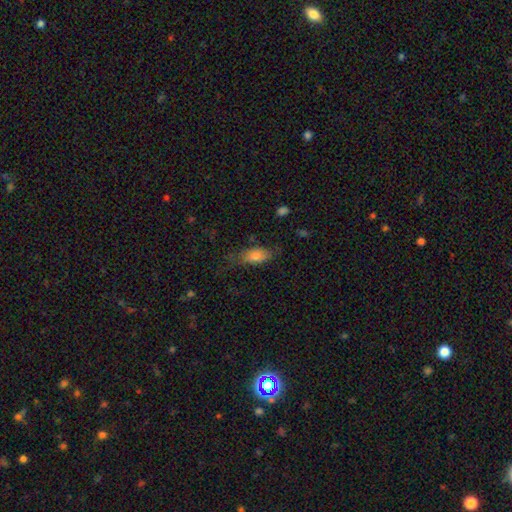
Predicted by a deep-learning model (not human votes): A smooth galaxy with no disk features (76%) that is in between round and cigar-shaped (84%). Merging: none (61%).